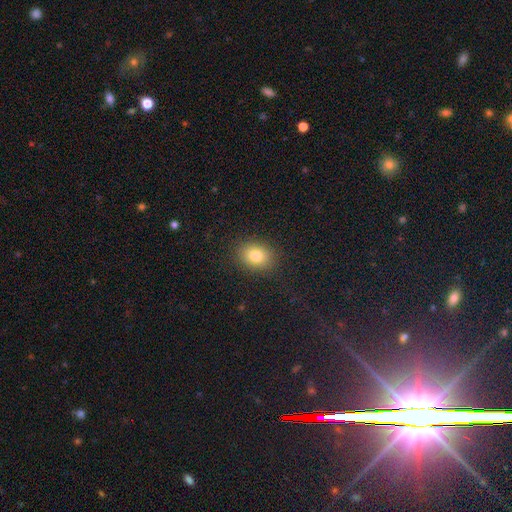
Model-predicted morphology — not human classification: Smooth or featured: smooth — 81% (star or artifact — 11%)
How rounded: in between — 57% (round — 42%)
Merging: none — 87% (minor disturbance — 8%)